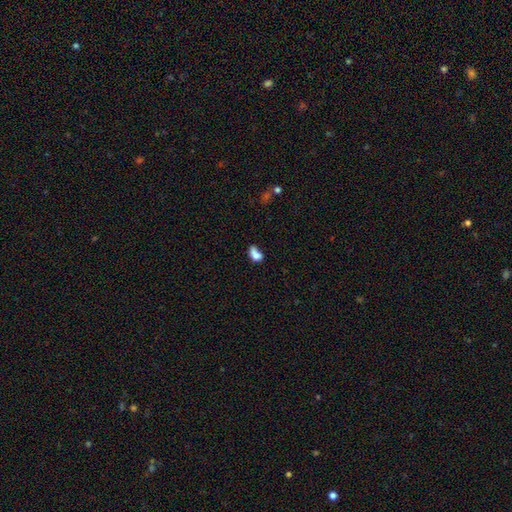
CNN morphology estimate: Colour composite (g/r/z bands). It shows a smooth galaxy with no disk features (74%) that is in between round and cigar-shaped (78%). Merging: merger (34%).